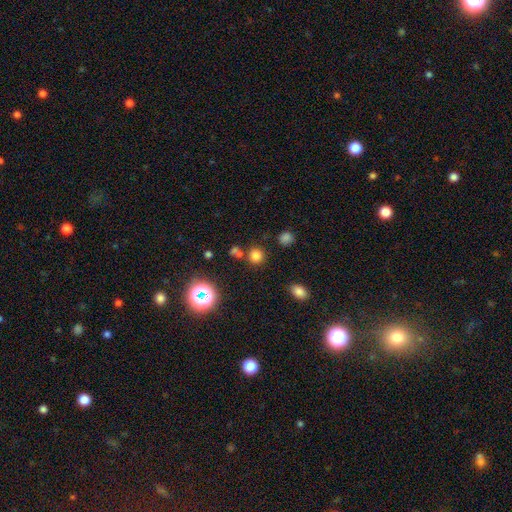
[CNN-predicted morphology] A smooth galaxy with no disk features (74%) that is round (91%). Merging: none (77%).